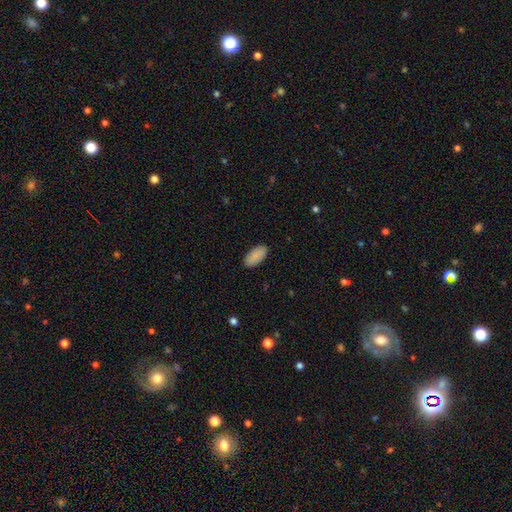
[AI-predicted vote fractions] A smooth galaxy with no disk features (88%) that is in between round and cigar-shaped (94%).

Vote fractions:
- Smooth or featured? smooth: 88% / star or artifact: 6% / featured or disk: 6%
- How rounded? in between: 94% / cigar-shaped: 4% / round: 2%
- Merging? none: 89% / minor disturbance: 9% / major disturbance: 2% / merger: 1%